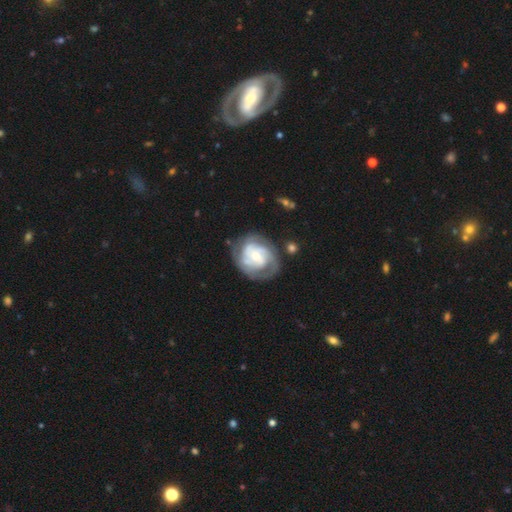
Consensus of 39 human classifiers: A featured or disk galaxy (90%) with no bar (57%), 4 (47%) medium (56%) spiral arms (97%) and a moderate central bulge (57%).

Vote fractions:
- Smooth or featured? featured or disk: 90% / smooth: 10% / star or artifact: 0%
- Edge-on disk? no: 100% / yes: 0%
- Bar? no: 57% / weak: 34% / strong: 9%
- Spiral arms? yes: 97% / no: 3%
- Spiral winding? medium: 56% / tight: 32% / loose: 12%
- Spiral arm count? 4: 47% / can't tell: 29% / 2: 12% / 3: 9% / 1: 3% / more than 4: 0%
- Bulge size? moderate: 57% / small: 40% / large: 3% / dominant: 0% / none: 0%
- Merging? none: 79% / minor disturbance: 10% / major disturbance: 10% / merger: 0%